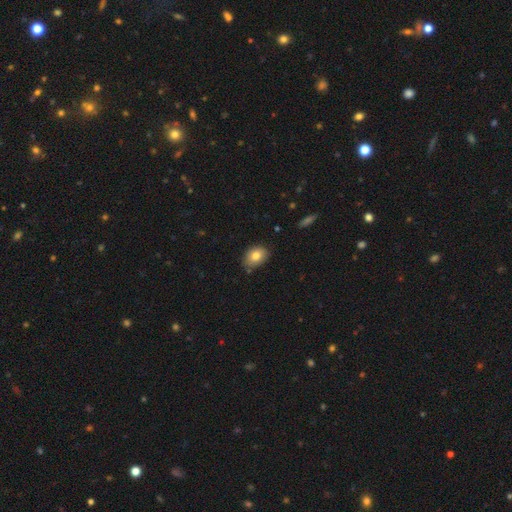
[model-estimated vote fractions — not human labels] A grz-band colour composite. It shows a smooth galaxy with no disk features (81%) that is in between round and cigar-shaped (74%). Merging: none (75%).